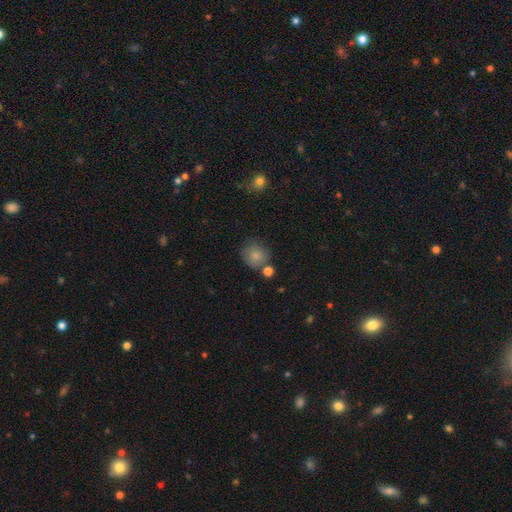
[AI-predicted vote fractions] smooth-or-featured: smooth: 82% | featured or disk: 9% | star or artifact: 9%
  how-rounded: round: 82% | in between: 17% | cigar-shaped: 1%
  merging: none: 66% | minor disturbance: 17% | merger: 12% | major disturbance: 5%